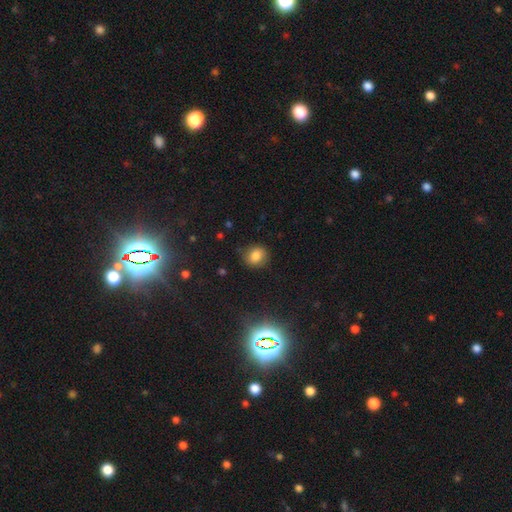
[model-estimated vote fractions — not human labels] Smooth or featured? Predicted: smooth (p=0.78). How rounded? Predicted: round (p=0.75). Merging? Predicted: none (p=0.77).